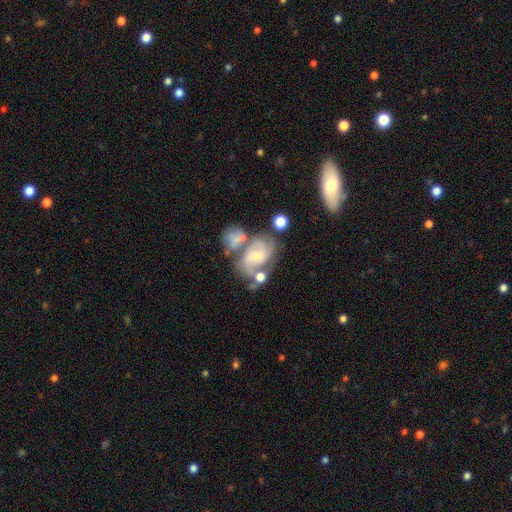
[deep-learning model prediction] This is likely a featured or disk galaxy (72%). It is clearly not viewed edge-on (97%). Bar: possibly no (51%). Spiral arm pattern: clearly yes (89%). Spiral arm count: possibly 2 (54%). Spiral winding: possibly medium (49%). Central bulge: likely small (61%). Merging: marginally none (36%).